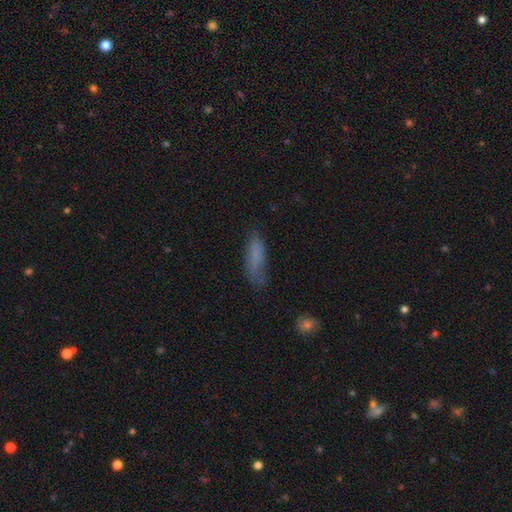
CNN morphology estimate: This is likely a smooth galaxy (74%). How rounded: possibly cigar-shaped (53%). Merging: possibly none (55%).